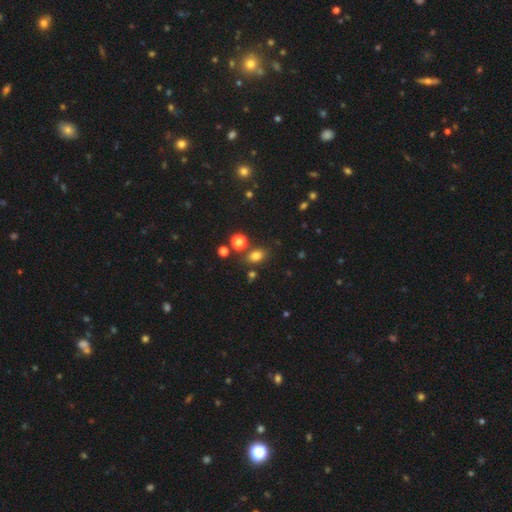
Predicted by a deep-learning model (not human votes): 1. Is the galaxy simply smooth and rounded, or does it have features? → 78% smooth, 16% star or artifact, 6% featured or disk.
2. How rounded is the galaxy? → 69% in between, 29% round, 1% cigar-shaped.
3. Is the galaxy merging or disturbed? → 76% none, 11% minor disturbance, 9% merger, 4% major disturbance.